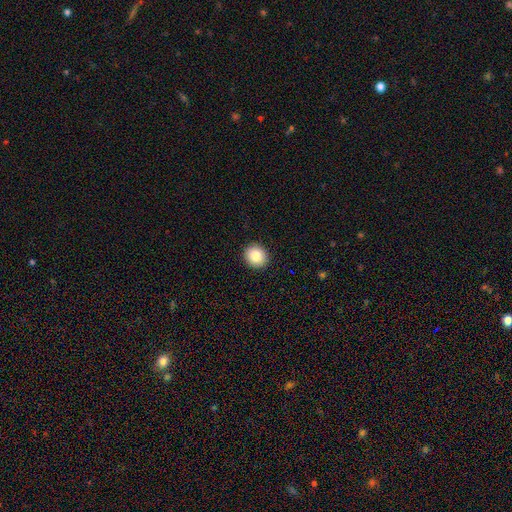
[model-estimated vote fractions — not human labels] A smooth galaxy with no disk features (84%) that is round (86%).

Vote fractions:
- Smooth or featured? smooth: 84% / star or artifact: 9% / featured or disk: 7%
- How rounded? round: 86% / in between: 13% / cigar-shaped: 1%
- Merging? none: 92% / minor disturbance: 5% / major disturbance: 2% / merger: 1%